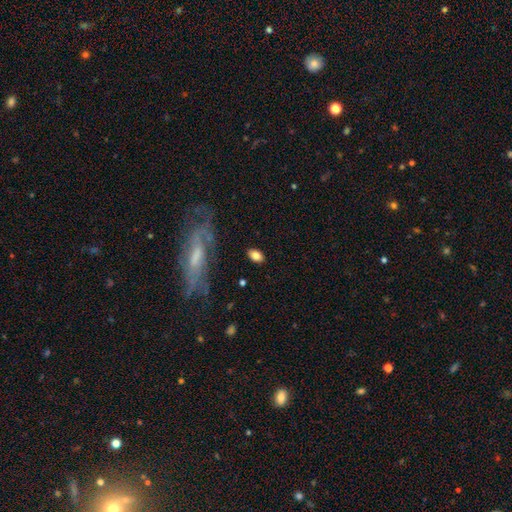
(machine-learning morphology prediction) This appears to be a smooth galaxy with no disk features (79%) that is in between round and cigar-shaped (87%). Merging: none (84%).